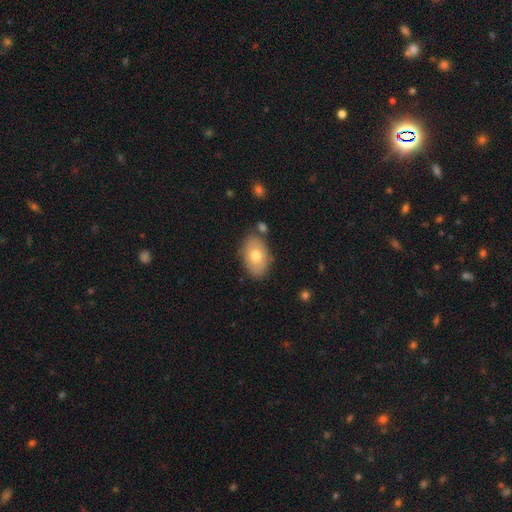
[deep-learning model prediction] Morphology: type=smooth (73%); roundness=in between (90%); merging=none (80%).